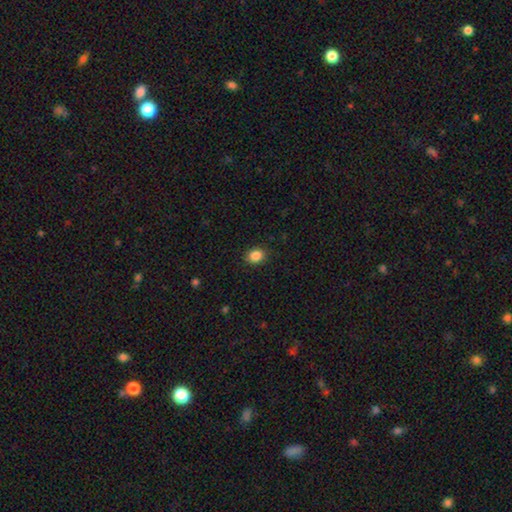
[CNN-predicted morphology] smooth-or-featured: smooth: 87% | star or artifact: 10% | featured or disk: 4%
  how-rounded: in between: 53% | round: 46% | cigar-shaped: 1%
  merging: none: 89% | minor disturbance: 8% | major disturbance: 2% | merger: 1%